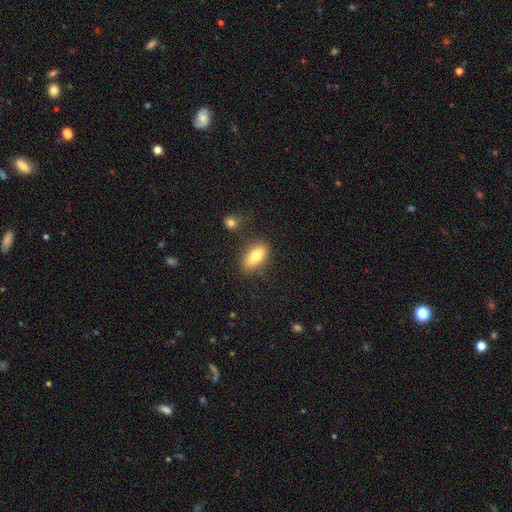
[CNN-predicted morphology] Overall: smooth (74%). How rounded: in between (83%). Merging: none (77%).